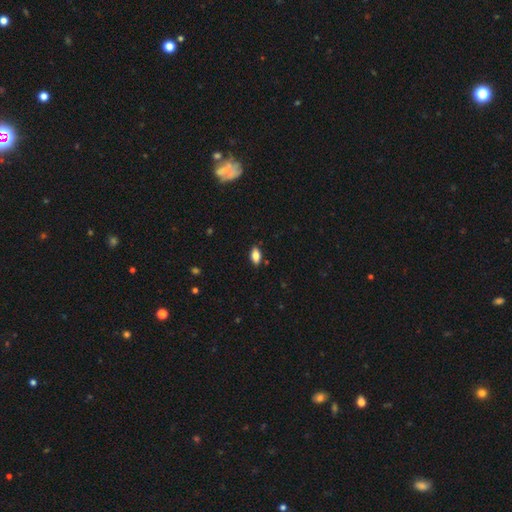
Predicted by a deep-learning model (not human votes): Q: Smooth or featured?
A: smooth (80%); runner-up: featured or disk (12%)
Q: How rounded?
A: in between (89%); runner-up: cigar-shaped (7%)
Q: Merging?
A: none (87%); runner-up: minor disturbance (10%)